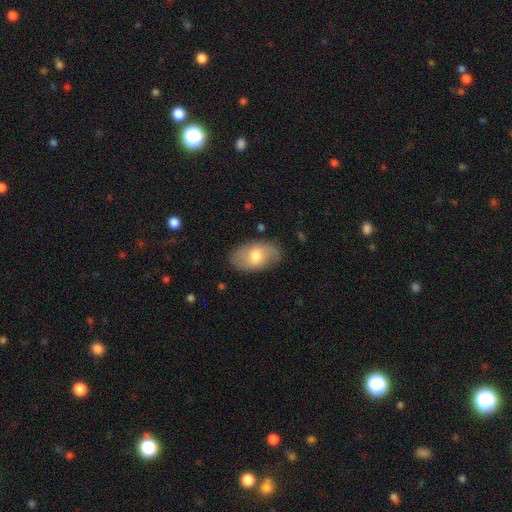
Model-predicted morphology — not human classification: The model was most divided on "smooth or featured": smooth: 66%, featured or disk: 28%, star or artifact: 6%. More confident: how rounded — in between (91%); merging — none (80%).